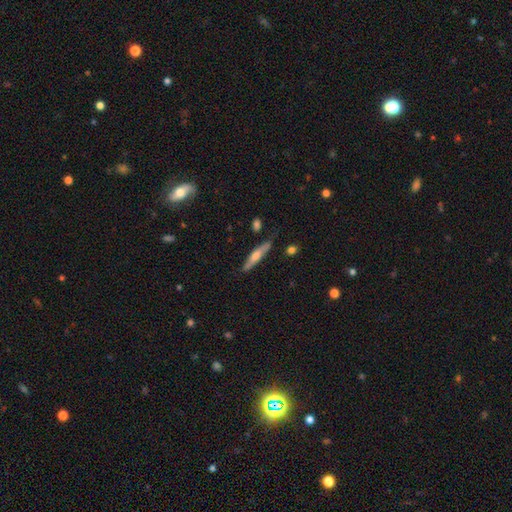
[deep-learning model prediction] smooth_or_featured: featured or disk (p=0.50) [alt: smooth p=0.44]
disk_edge_on: yes (p=0.91) [alt: no p=0.09]
merging: none (p=0.78) [alt: minor disturbance p=0.16]